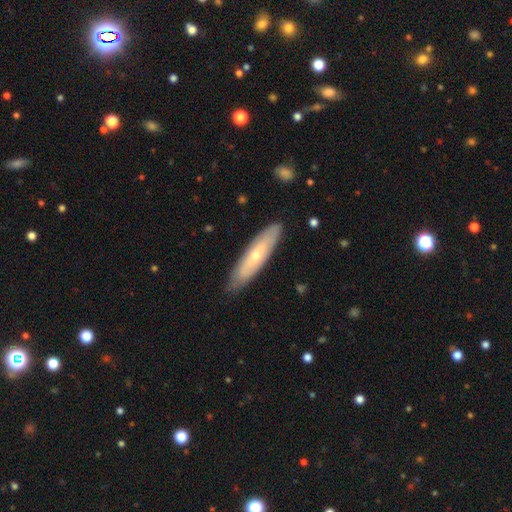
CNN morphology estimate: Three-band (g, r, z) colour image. It shows a featured or disk galaxy (51%) viewed edge-on (51%). Merging: none (85%).